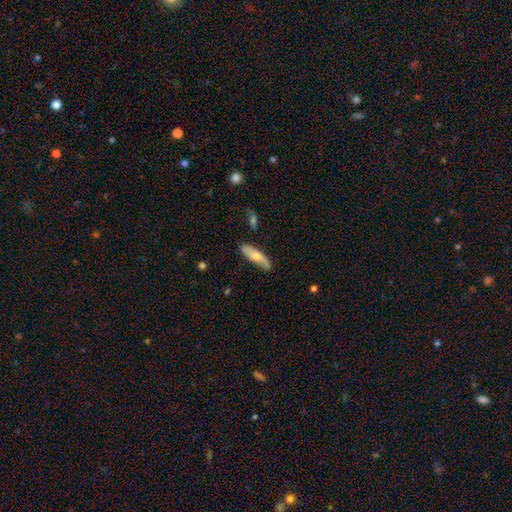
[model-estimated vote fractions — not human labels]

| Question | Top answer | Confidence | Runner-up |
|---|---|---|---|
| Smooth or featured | smooth | 71% | featured or disk (24%) |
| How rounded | cigar-shaped | 64% | in between (34%) |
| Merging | none | 78% | minor disturbance (16%) |